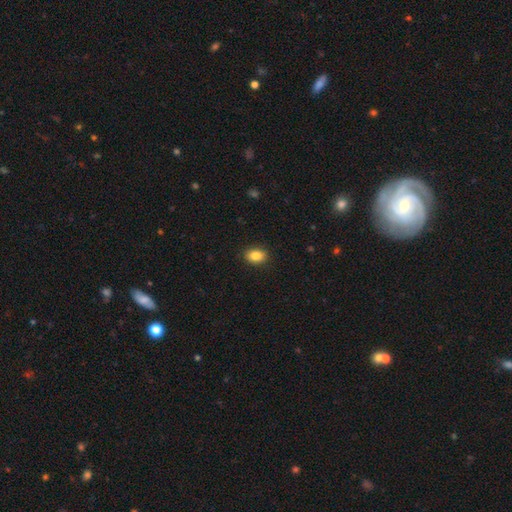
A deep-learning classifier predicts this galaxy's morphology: type=smooth (86%); roundness=in between (73%); merging=none (90%).